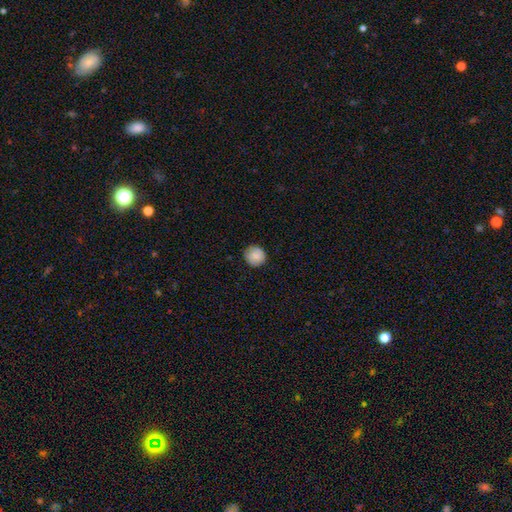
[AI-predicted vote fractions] Smooth or featured? Predicted: smooth (p=0.85). How rounded? Predicted: round (p=0.94). Merging? Predicted: none (p=0.88).